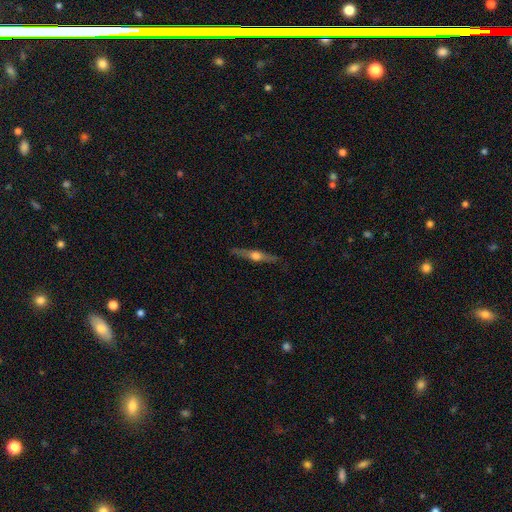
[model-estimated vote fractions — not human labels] Q: Smooth or featured?
A: featured or disk (71%); runner-up: smooth (23%)
Q: Edge-on disk?
A: yes (97%); runner-up: no (3%)
Q: Edge-on bulge?
A: rounded (94%); runner-up: boxy (4%)
Q: Merging?
A: none (88%); runner-up: minor disturbance (9%)